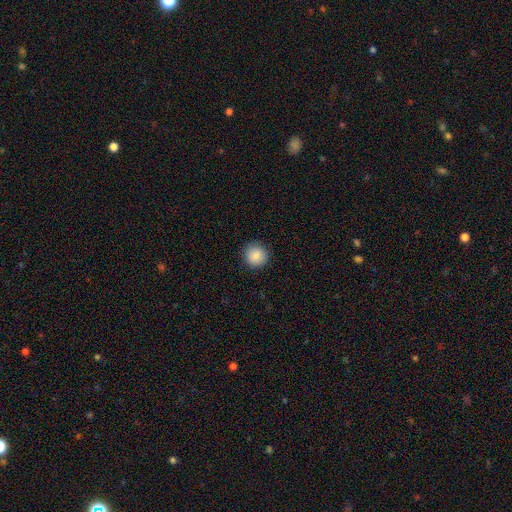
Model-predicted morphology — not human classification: smooth 87%, star or artifact 8%, featured or disk 5%. Down the decision tree: how rounded — round (94%); merging — none (90%).